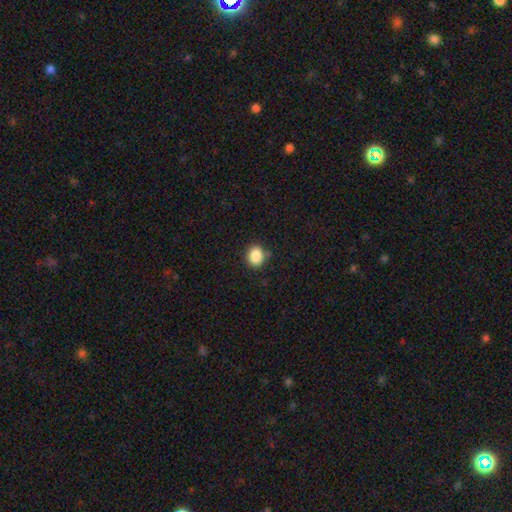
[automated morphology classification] Smooth or featured? Predicted: smooth (p=0.88). How rounded? Predicted: round (p=0.57). Merging? Predicted: none (p=0.84).